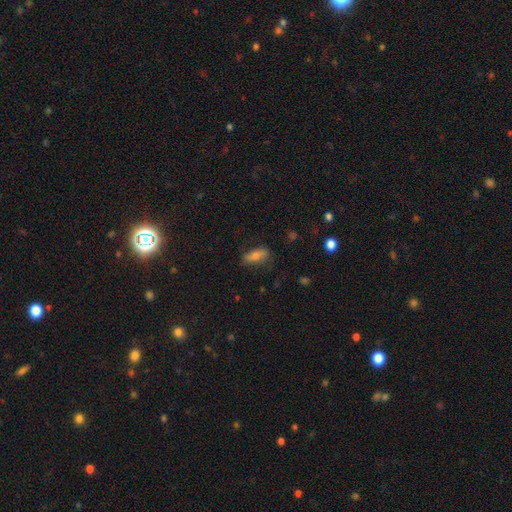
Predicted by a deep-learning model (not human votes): A smooth galaxy with no disk features (64%) that is in between round and cigar-shaped (62%). Merging: none (71%).